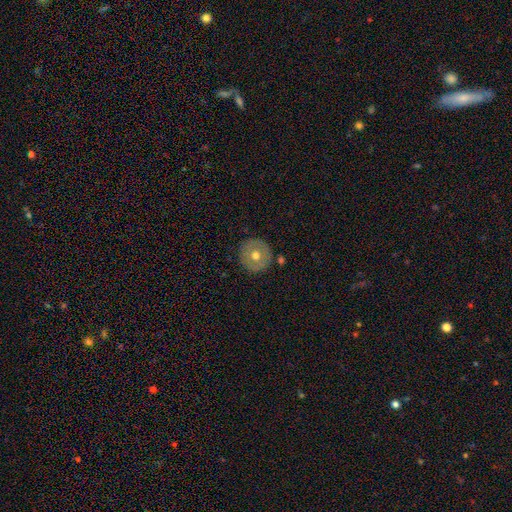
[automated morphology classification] Smooth or featured? smooth (57%)
How rounded? round (96%)
Merging? none (89%)